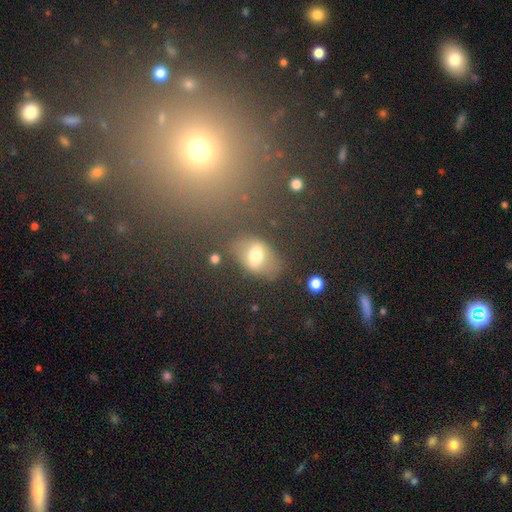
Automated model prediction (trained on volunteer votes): The model was most divided on "smooth or featured": smooth: 62%, featured or disk: 26%, star or artifact: 12%. More confident: how rounded — in between (77%); merging — none (64%).